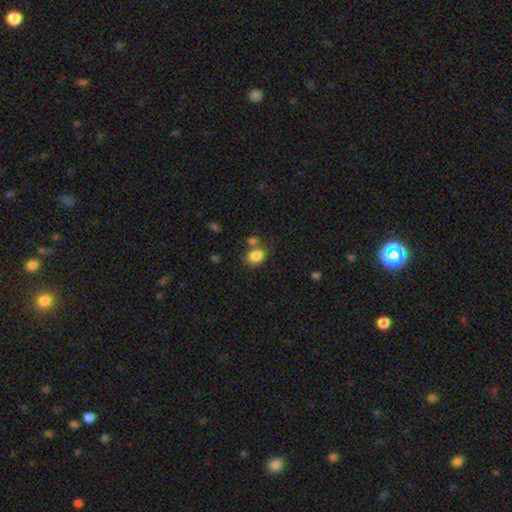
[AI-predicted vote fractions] This is clearly a smooth galaxy (85%). How rounded: possibly in between (54%). Merging: likely none (60%).